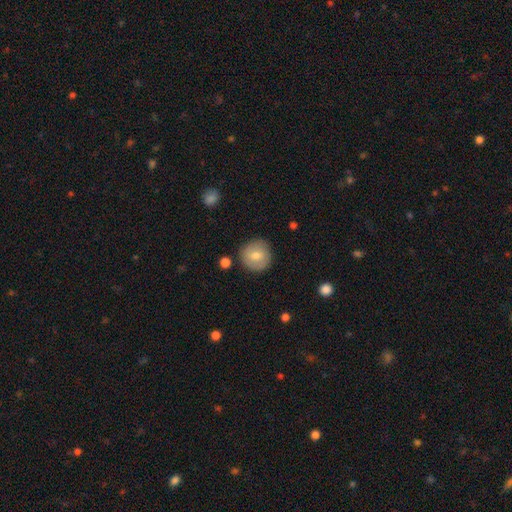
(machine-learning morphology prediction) Q: Smooth or featured?
A: smooth (75%); runner-up: featured or disk (18%)
Q: How rounded?
A: round (92%); runner-up: in between (7%)
Q: Merging?
A: none (84%); runner-up: minor disturbance (11%)